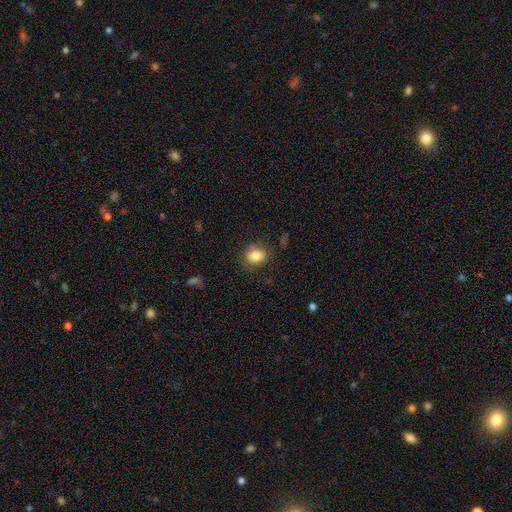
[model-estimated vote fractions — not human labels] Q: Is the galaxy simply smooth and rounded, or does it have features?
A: smooth — 82%.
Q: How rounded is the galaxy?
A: round — 62%.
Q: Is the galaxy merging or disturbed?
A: none — 76%.